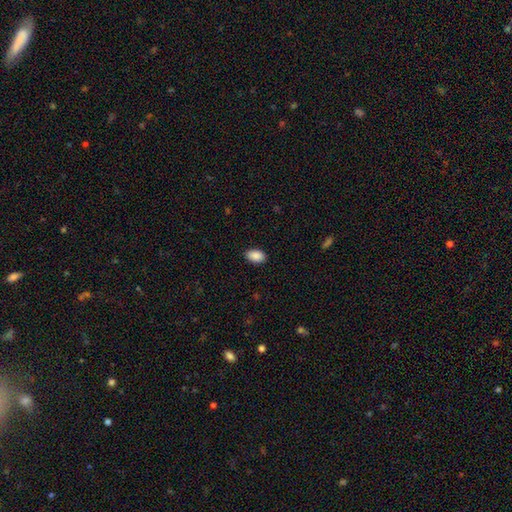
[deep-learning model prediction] smooth-or-featured: smooth: 90% | star or artifact: 7% | featured or disk: 3%
  how-rounded: in between: 92% | round: 6% | cigar-shaped: 1%
  merging: none: 89% | minor disturbance: 8% | major disturbance: 2% | merger: 1%